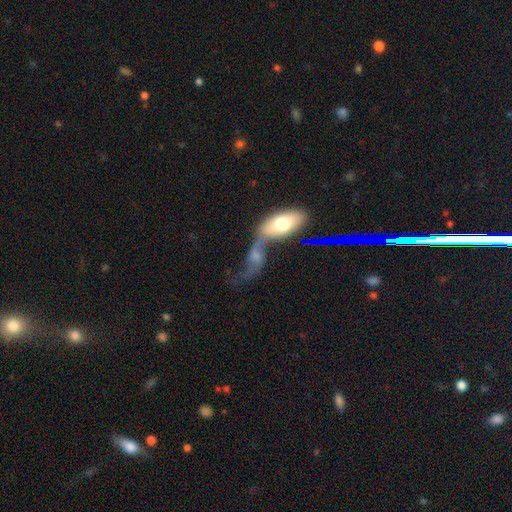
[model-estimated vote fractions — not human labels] A featured or disk galaxy (47%). Merging: merger (44%).